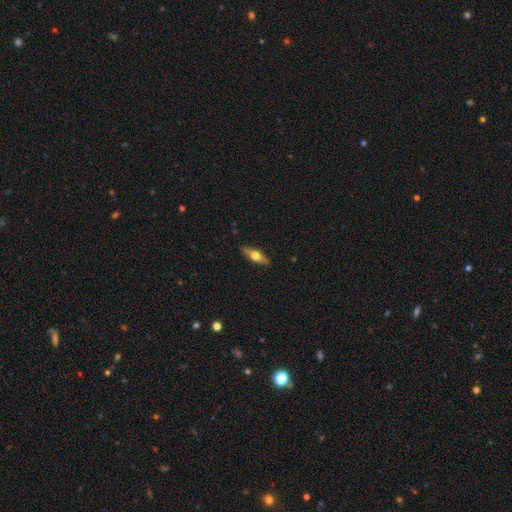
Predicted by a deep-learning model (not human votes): A featured or disk galaxy (51%) viewed edge-on (91%). Merging: none (89%).